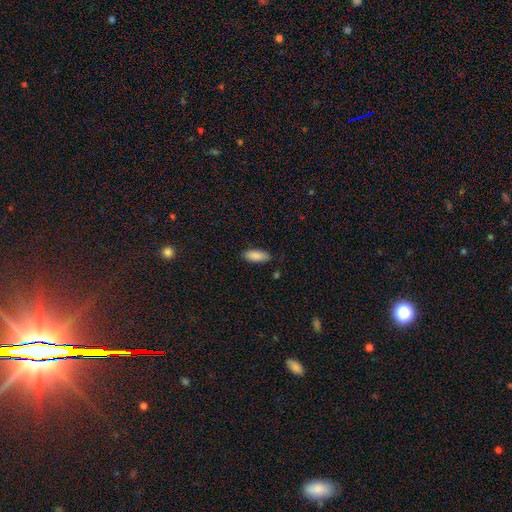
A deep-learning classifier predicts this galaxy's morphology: This appears to be a smooth galaxy with no disk features (89%) that is in between round and cigar-shaped (80%). Merging: none (85%).